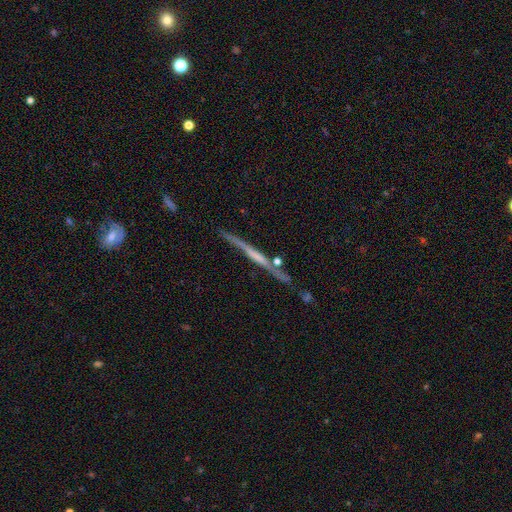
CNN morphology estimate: smooth-or-featured: featured or disk: 68% | smooth: 24% | star or artifact: 8%
  disk-edge-on: yes: 95% | no: 5%
    edge-on-bulge: none: 68% | rounded: 18% | boxy: 14%
  merging: none: 75% | minor disturbance: 15% | merger: 6% | major disturbance: 4%